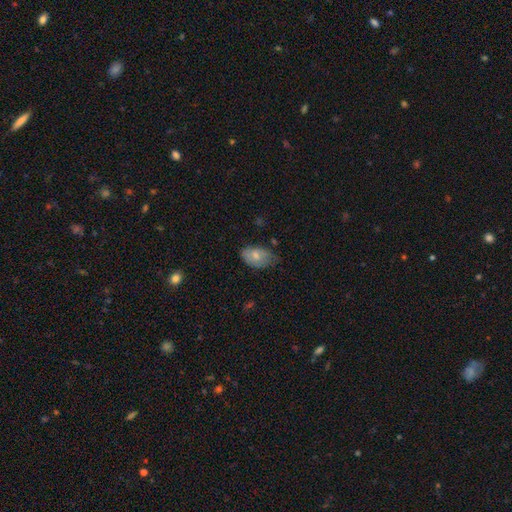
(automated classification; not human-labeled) Smooth or featured: smooth — 70% (featured or disk — 23%)
How rounded: in between — 90% (round — 9%)
Merging: none — 52% (minor disturbance — 37%)